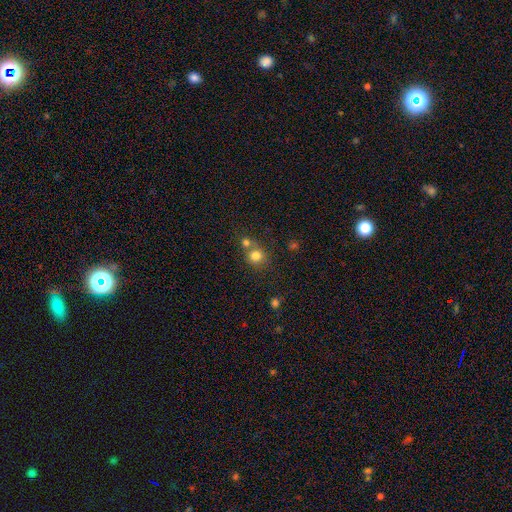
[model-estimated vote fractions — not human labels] Overall: smooth (79%). How rounded: round (86%). Merging: none (54%; merger 35%).